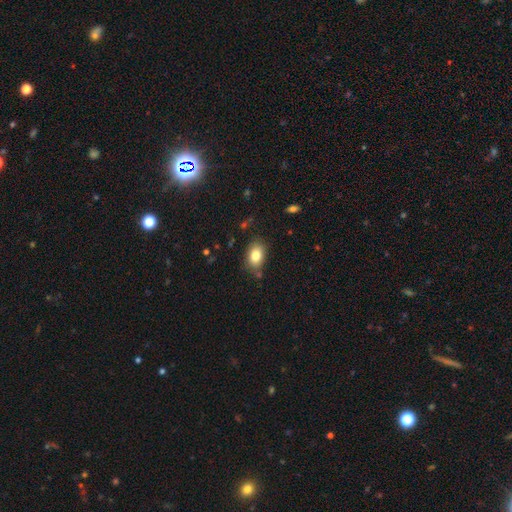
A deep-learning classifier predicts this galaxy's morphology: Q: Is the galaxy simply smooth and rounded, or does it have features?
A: smooth — 82%.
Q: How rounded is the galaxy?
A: in between — 83%.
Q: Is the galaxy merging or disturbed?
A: none — 79%.